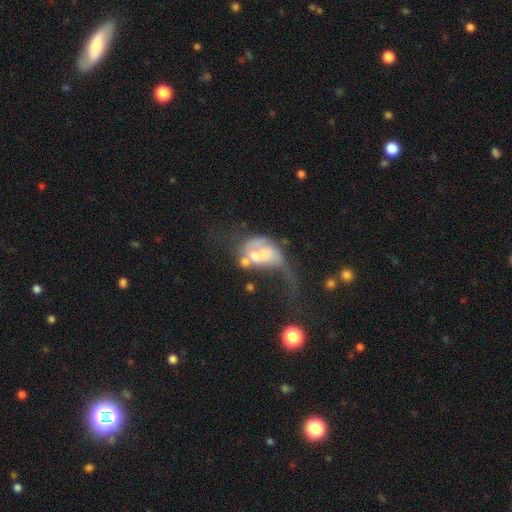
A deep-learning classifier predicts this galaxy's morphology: This is possibly a featured or disk galaxy (55%). It is clearly not viewed edge-on (96%). Bar: likely no (78%). Spiral arm pattern: likely no (64%). Central bulge: marginally moderate (39%). Merging: marginally merger (41%, tied with major disturbance).